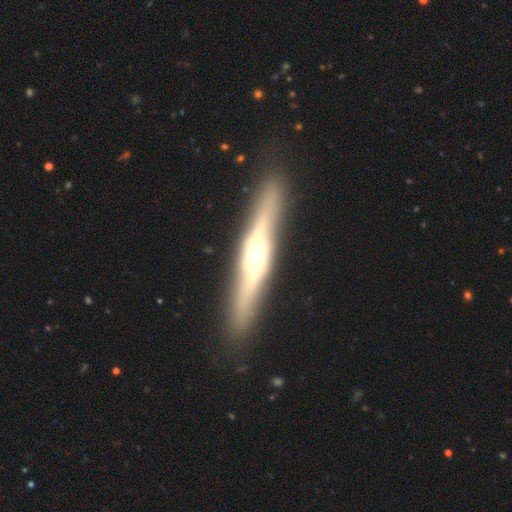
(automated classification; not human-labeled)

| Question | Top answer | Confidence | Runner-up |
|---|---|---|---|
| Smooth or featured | featured or disk | 74% | smooth (21%) |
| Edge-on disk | yes | 91% | no (9%) |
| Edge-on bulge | rounded | 79% | boxy (13%) |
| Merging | none | 88% | minor disturbance (8%) |